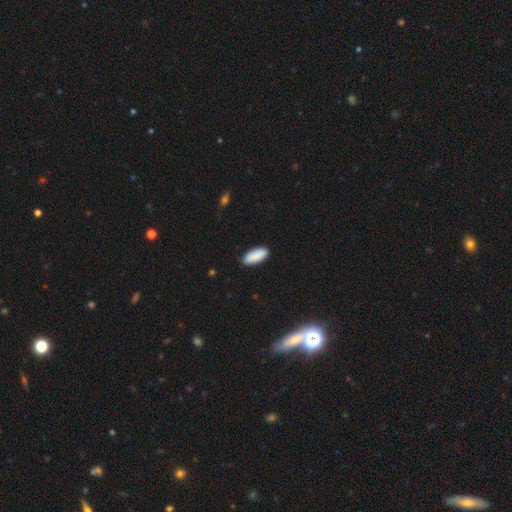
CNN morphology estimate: smooth_or_featured: smooth (p=0.90) [alt: star or artifact p=0.06]
how_rounded: in between (p=0.78) [alt: cigar-shaped p=0.20]
merging: none (p=0.88) [alt: minor disturbance p=0.09]